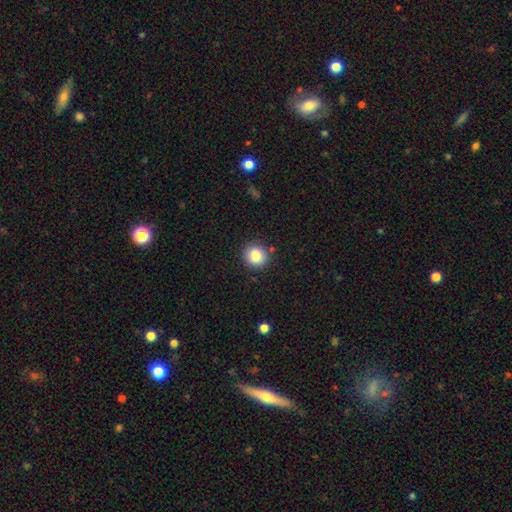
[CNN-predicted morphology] Smooth or featured?
  - smooth: 85% *
  - star or artifact: 9%
  - featured or disk: 6%
How rounded?
  - round: 85% *
  - in between: 14%
  - cigar-shaped: 1%
Merging?
  - none: 86% *
  - minor disturbance: 10%
  - major disturbance: 3%
  - merger: 2%